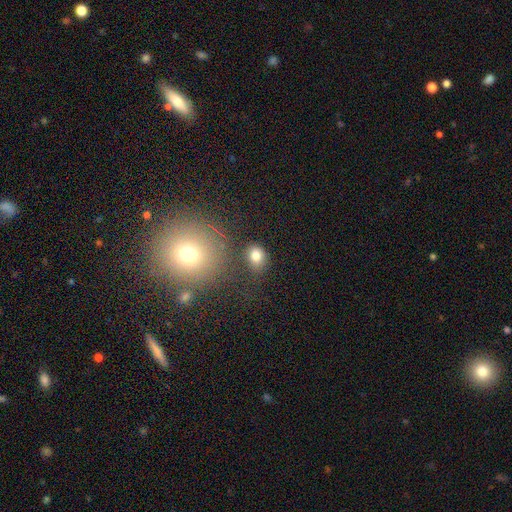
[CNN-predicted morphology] smooth 80%, star or artifact 12%, featured or disk 8%. Down the decision tree: how rounded — in between (53%); merging — none (74%).